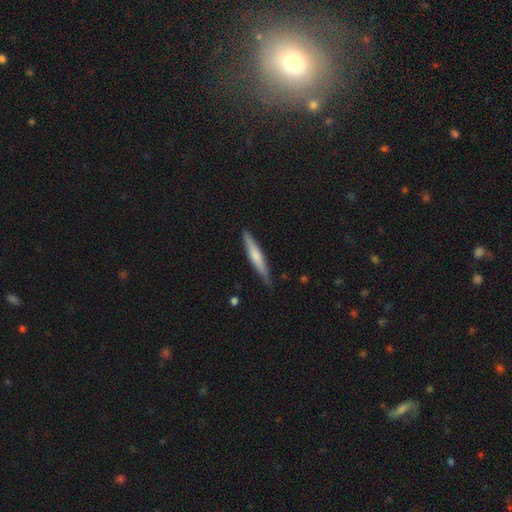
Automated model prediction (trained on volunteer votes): Smooth or featured?
  - smooth: 62% *
  - featured or disk: 33%
  - star or artifact: 5%
How rounded?
  - cigar-shaped: 93% *
  - in between: 6%
  - round: 1%
Merging?
  - none: 81% *
  - minor disturbance: 16%
  - major disturbance: 2%
  - merger: 1%